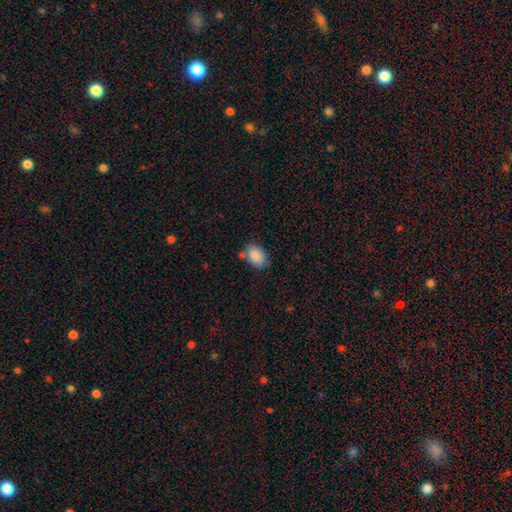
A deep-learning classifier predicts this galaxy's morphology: smooth_or_featured: smooth (p=0.88) [alt: star or artifact p=0.07]
how_rounded: in between (p=0.81) [alt: round p=0.18]
merging: none (p=0.72) [alt: minor disturbance p=0.16]